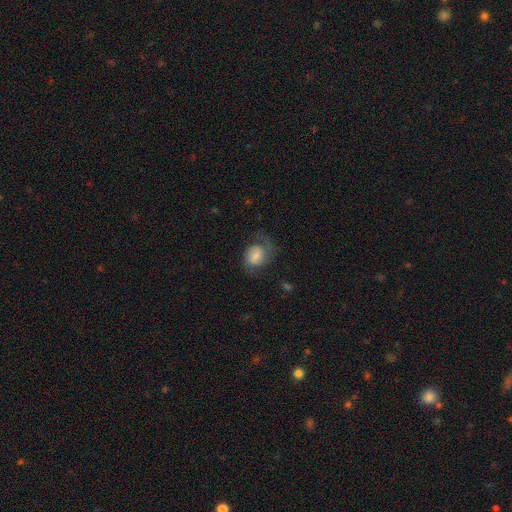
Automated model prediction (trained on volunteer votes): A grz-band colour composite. It shows a featured or disk galaxy (47%). Merging: none (47%).